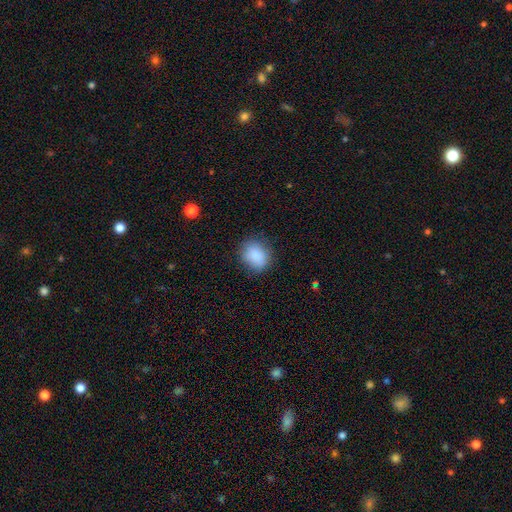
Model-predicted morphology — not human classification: Q: Smooth or featured?
A: smooth (88%); runner-up: star or artifact (8%)
Q: How rounded?
A: round (54%); runner-up: in between (45%)
Q: Merging?
A: none (81%); runner-up: minor disturbance (14%)